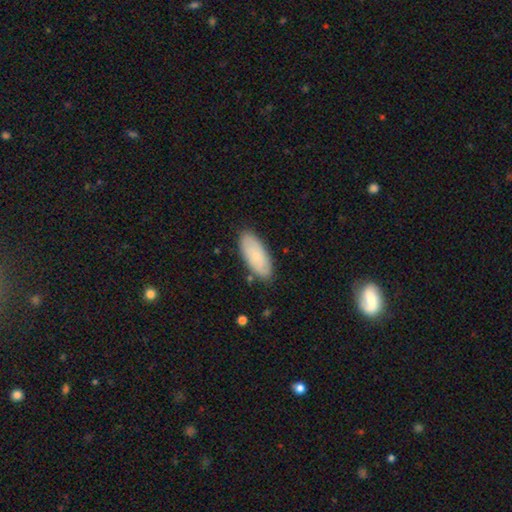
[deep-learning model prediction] A smooth galaxy with no disk features (75%) that is in between round and cigar-shaped (86%). Merging: none (84%).